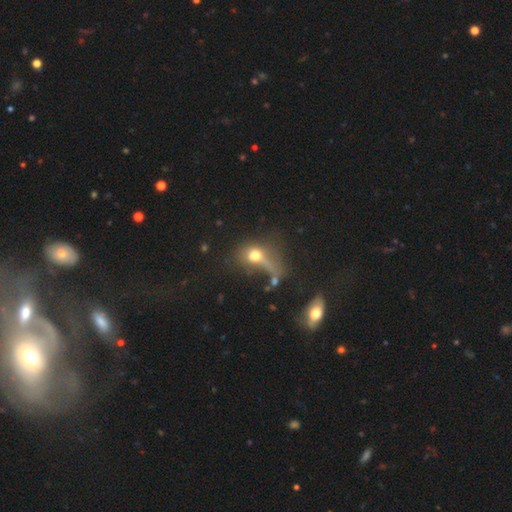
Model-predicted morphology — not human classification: A smooth galaxy with no disk features (60%) that is in between round and cigar-shaped (47%). Merging: major disturbance (42%).